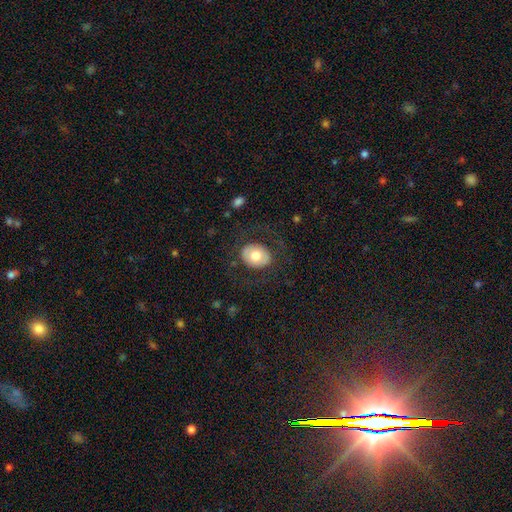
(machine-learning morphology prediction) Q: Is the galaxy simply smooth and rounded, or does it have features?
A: smooth — 66%.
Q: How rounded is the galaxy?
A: in between — 55%.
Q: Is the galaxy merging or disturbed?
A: none — 75%.